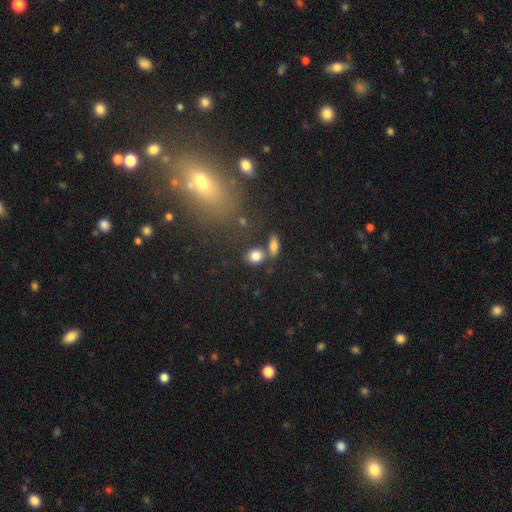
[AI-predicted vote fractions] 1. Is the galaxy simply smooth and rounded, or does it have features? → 83% smooth, 10% star or artifact, 7% featured or disk.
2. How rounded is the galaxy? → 53% round, 44% in between, 3% cigar-shaped.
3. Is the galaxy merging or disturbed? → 62% none, 22% merger, 11% minor disturbance, 5% major disturbance.